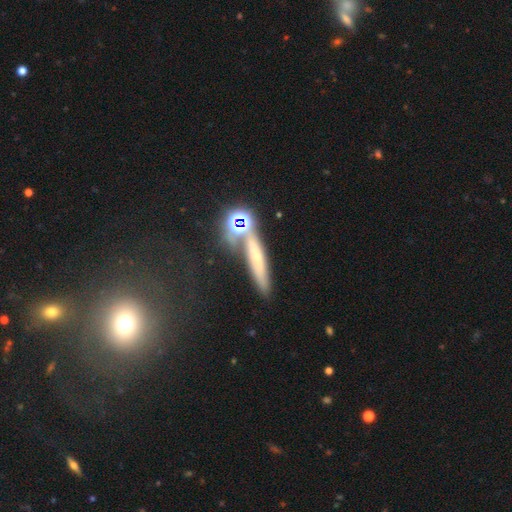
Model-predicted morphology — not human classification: This appears to be a smooth galaxy with no disk features (41%). Merging: none (67%).